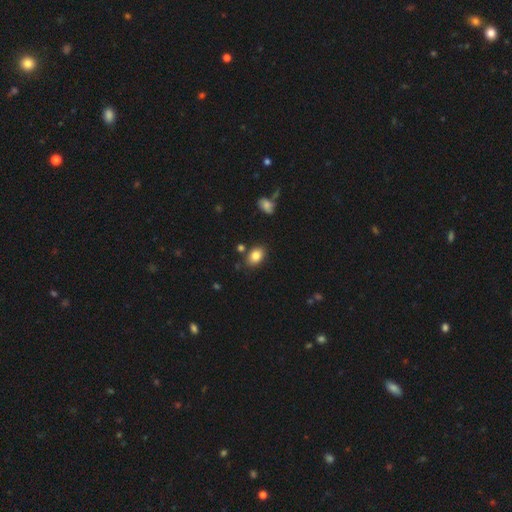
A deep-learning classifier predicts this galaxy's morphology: type=smooth (83%); roundness=in between (79%); merging=none (82%).